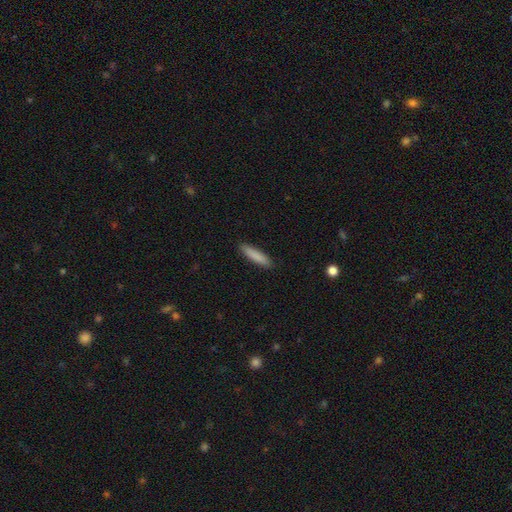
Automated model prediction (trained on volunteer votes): Smooth or featured?
  - smooth: 87% *
  - featured or disk: 7%
  - star or artifact: 6%
How rounded?
  - cigar-shaped: 81% *
  - in between: 18%
  - round: 1%
Merging?
  - none: 89% *
  - minor disturbance: 8%
  - major disturbance: 2%
  - merger: 1%